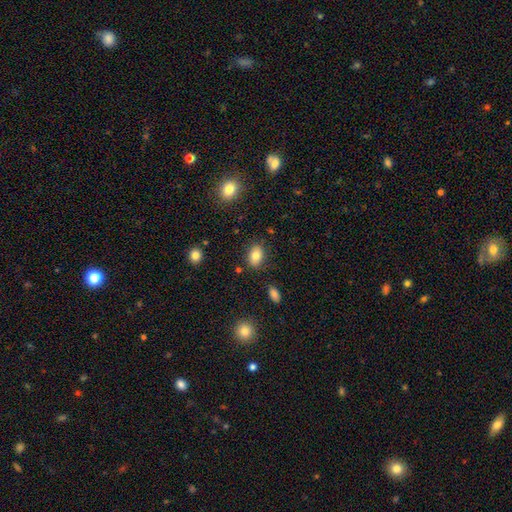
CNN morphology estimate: type=smooth (81%); roundness=in between (81%); merging=none (82%).